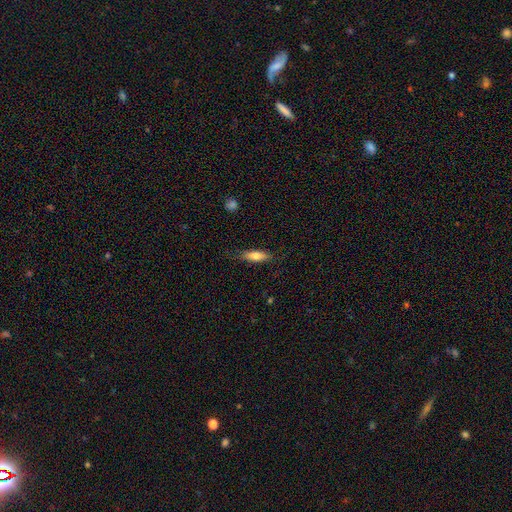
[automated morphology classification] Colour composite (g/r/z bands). It shows a smooth galaxy with no disk features (72%) that is in between round and cigar-shaped (52%). Merging: none (79%).